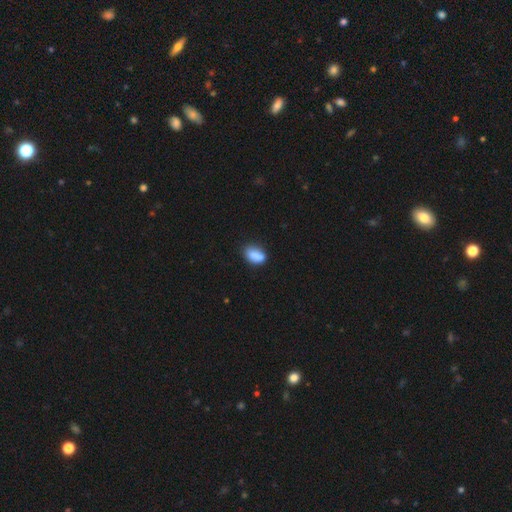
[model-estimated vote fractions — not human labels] Smooth or featured?
  - smooth: 86% *
  - star or artifact: 8%
  - featured or disk: 6%
How rounded?
  - in between: 87% *
  - round: 10%
  - cigar-shaped: 3%
Merging?
  - none: 69% *
  - minor disturbance: 23%
  - major disturbance: 4%
  - merger: 4%